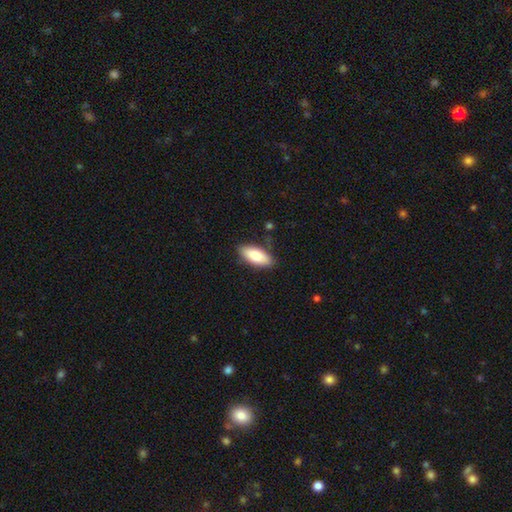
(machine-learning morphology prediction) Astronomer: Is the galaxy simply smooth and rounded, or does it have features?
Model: smooth — 82%.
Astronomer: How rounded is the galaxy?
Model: in between — 83%.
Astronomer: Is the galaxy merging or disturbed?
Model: none — 83%.